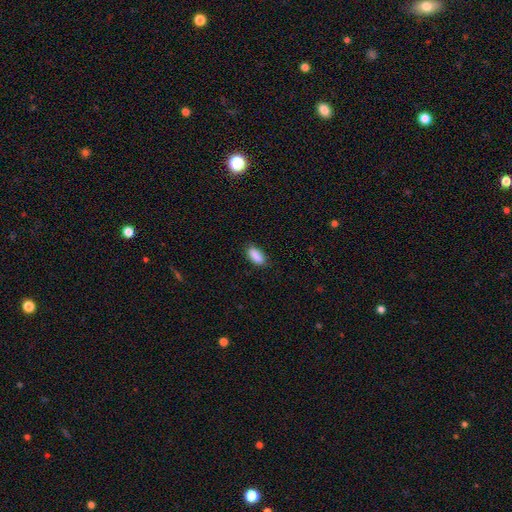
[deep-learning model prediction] Overall: smooth (89%). How rounded: in between (86%). Merging: none (83%).